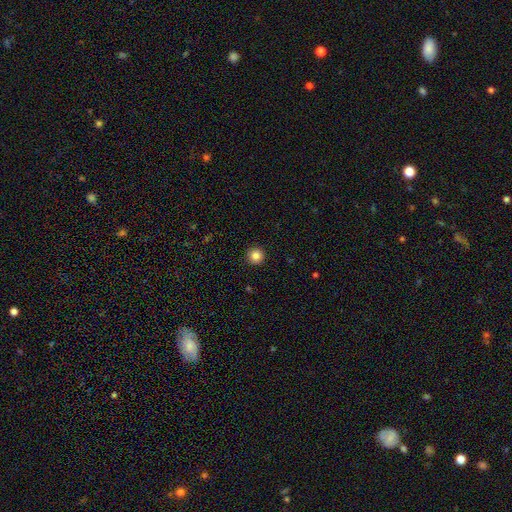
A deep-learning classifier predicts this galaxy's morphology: This appears to be a smooth galaxy with no disk features (85%) that is round (96%). Merging: none (94%).